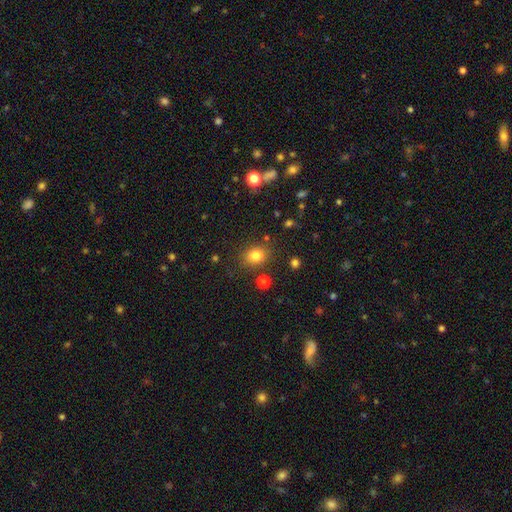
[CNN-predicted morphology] This is clearly a smooth galaxy (81%). How rounded: possibly round (53%). Merging: clearly none (80%).